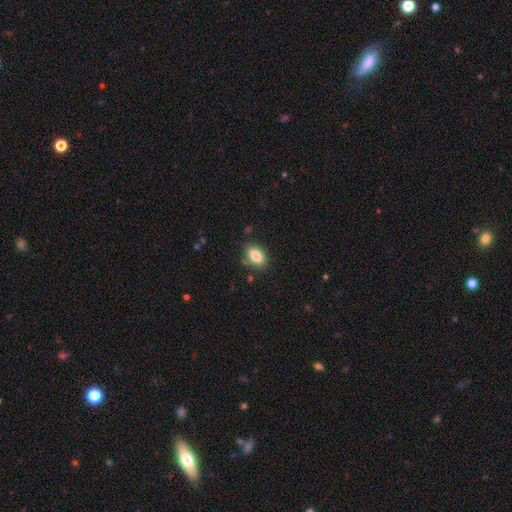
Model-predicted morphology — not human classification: type=smooth (83%); roundness=in between (87%); merging=none (82%).